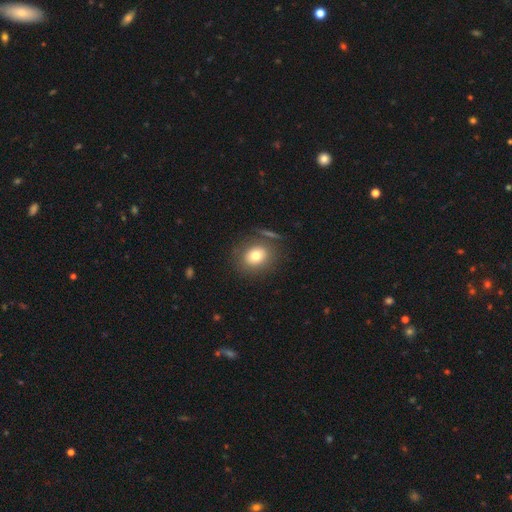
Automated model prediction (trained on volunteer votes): Q: Smooth or featured?
A: smooth (76%); runner-up: featured or disk (13%)
Q: How rounded?
A: round (62%); runner-up: in between (37%)
Q: Merging?
A: none (78%); runner-up: minor disturbance (11%)